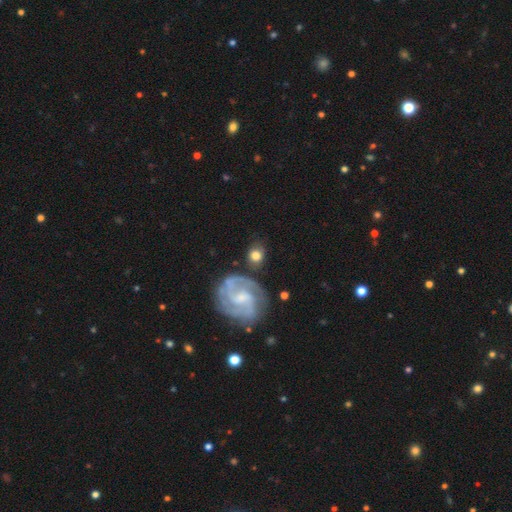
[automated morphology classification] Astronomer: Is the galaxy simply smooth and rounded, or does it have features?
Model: smooth — 57% (runner-up: featured or disk, 35%).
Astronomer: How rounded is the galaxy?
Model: round — 75%.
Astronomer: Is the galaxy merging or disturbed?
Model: none — 74%.